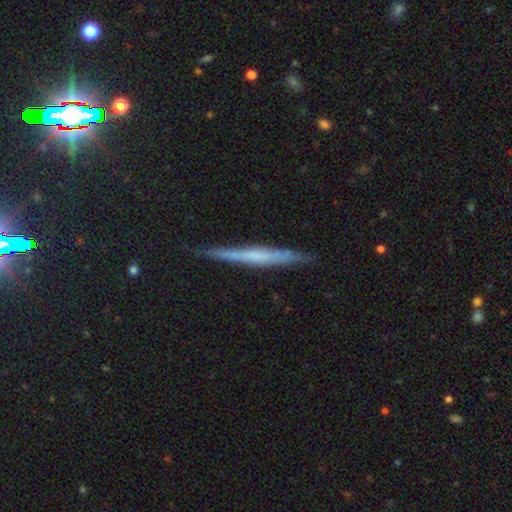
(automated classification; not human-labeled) Morphology: type=featured or disk (55%); edge-on=yes (96%); edge-on bulge=none (69%); merging=none (86%).